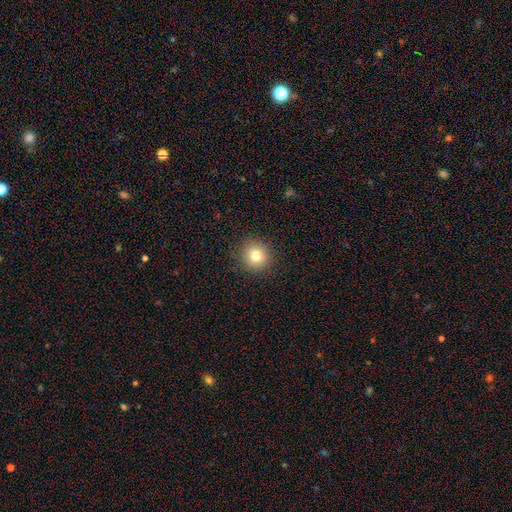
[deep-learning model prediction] Morphology: type=smooth (79%); roundness=round (93%); merging=none (89%).